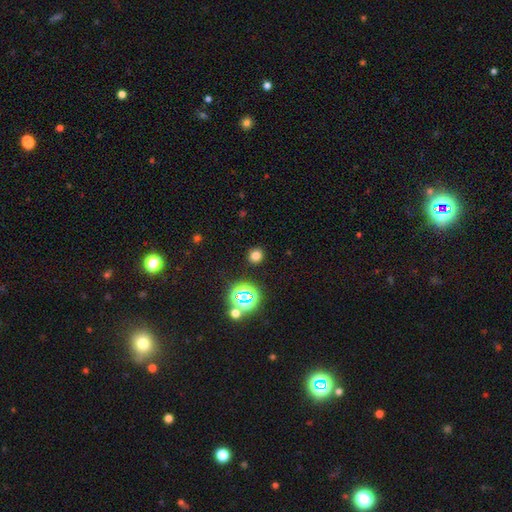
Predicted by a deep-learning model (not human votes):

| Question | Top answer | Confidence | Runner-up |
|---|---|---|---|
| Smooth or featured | smooth | 72% | star or artifact (22%) |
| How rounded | round | 87% | in between (12%) |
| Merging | none | 89% | minor disturbance (6%) |